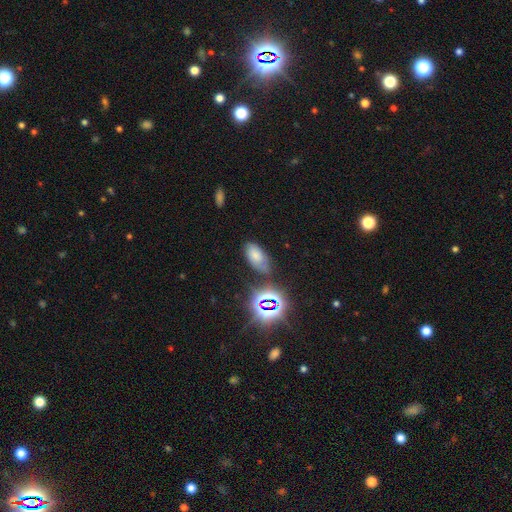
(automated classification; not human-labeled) Smooth or featured? Predicted: smooth (p=0.55). How rounded? Predicted: in between (p=0.92). Merging? Predicted: none (p=0.61).